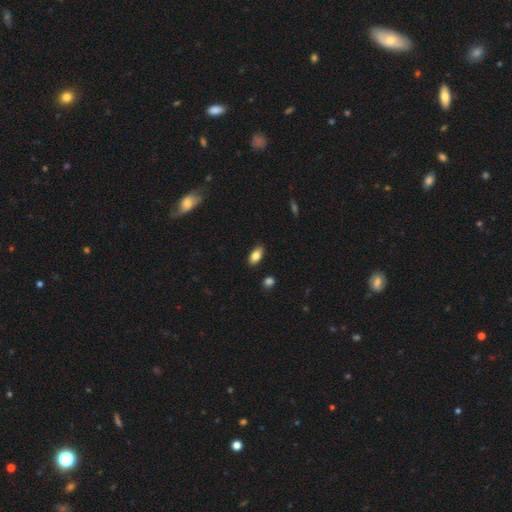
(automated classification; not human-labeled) This is clearly a smooth galaxy (83%). How rounded: clearly in between (90%). Merging: clearly none (87%).